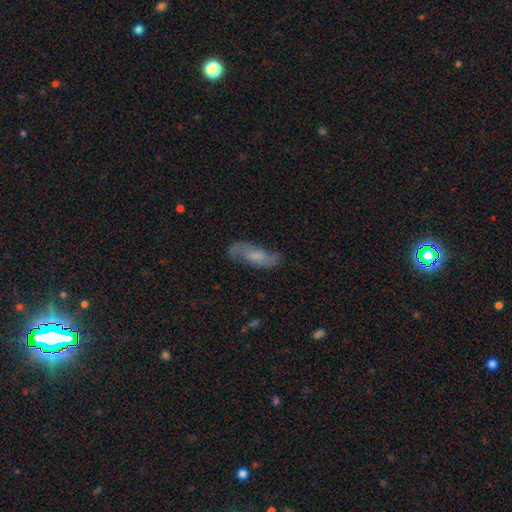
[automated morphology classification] Smooth or featured? Predicted: featured or disk (p=0.50). Merging? Predicted: none (p=0.75).